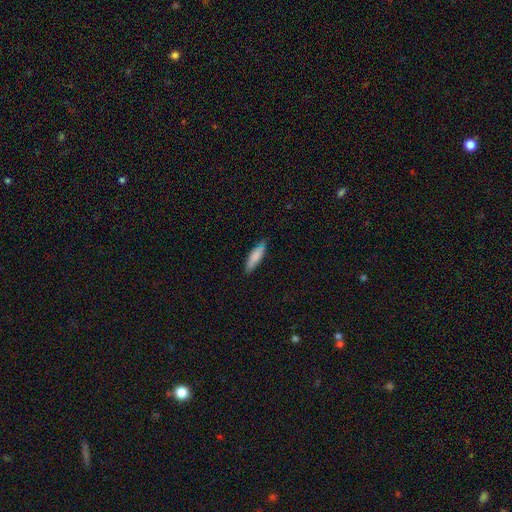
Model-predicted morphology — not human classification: Q: Smooth or featured?
A: smooth (84%); runner-up: featured or disk (10%)
Q: How rounded?
A: cigar-shaped (55%); runner-up: in between (44%)
Q: Merging?
A: none (76%); runner-up: minor disturbance (20%)